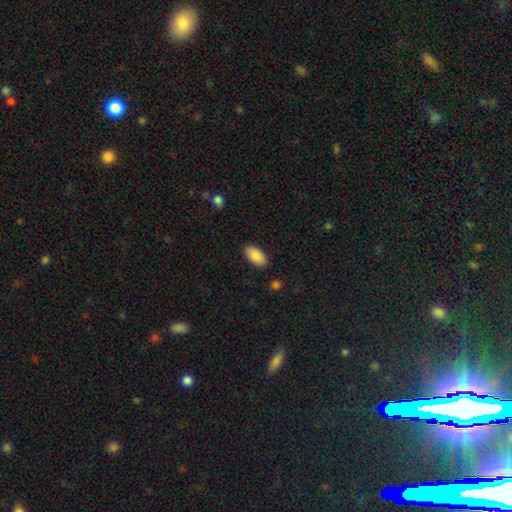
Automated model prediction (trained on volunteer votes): Morphology: type=smooth (87%); roundness=in between (95%); merging=none (88%).